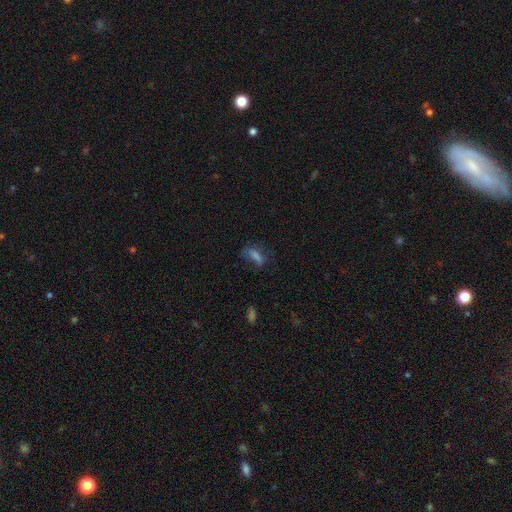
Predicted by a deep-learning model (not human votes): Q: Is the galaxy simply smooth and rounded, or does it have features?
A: smooth — 56%.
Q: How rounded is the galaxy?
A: in between — 67%.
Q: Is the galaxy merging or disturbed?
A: none — 59%.